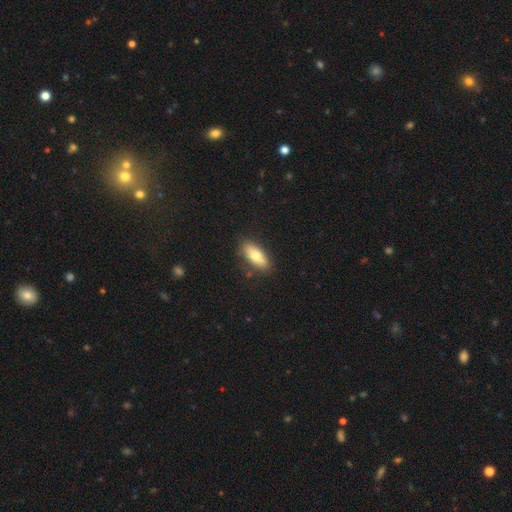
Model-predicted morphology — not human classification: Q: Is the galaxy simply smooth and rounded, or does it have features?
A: smooth — 77%.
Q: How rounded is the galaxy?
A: in between — 79%.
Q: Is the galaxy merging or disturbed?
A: none — 85%.